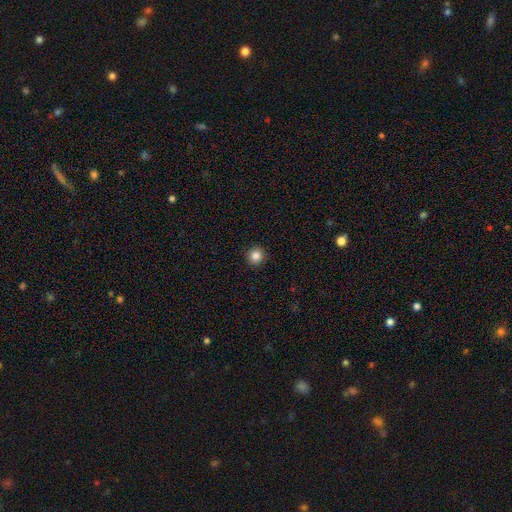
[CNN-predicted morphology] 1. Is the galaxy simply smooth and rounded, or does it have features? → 84% smooth, 11% star or artifact, 5% featured or disk.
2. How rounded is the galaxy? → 94% round, 5% in between, 1% cigar-shaped.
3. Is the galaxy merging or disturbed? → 93% none, 5% minor disturbance, 2% major disturbance, 1% merger.